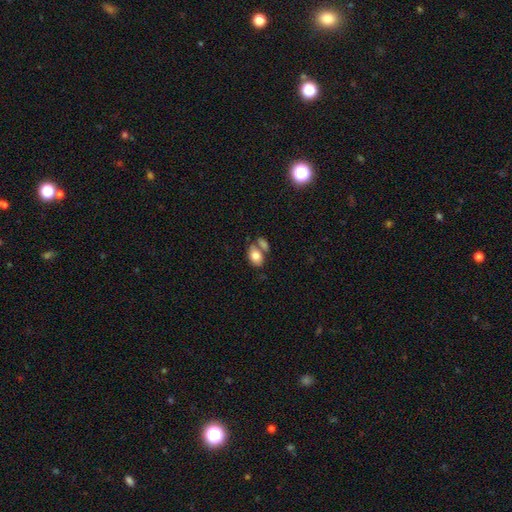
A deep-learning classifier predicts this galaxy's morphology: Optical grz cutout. It shows a smooth galaxy with no disk features (79%) that is in between round and cigar-shaped (83%). Merging: merger (40%, tied with none).